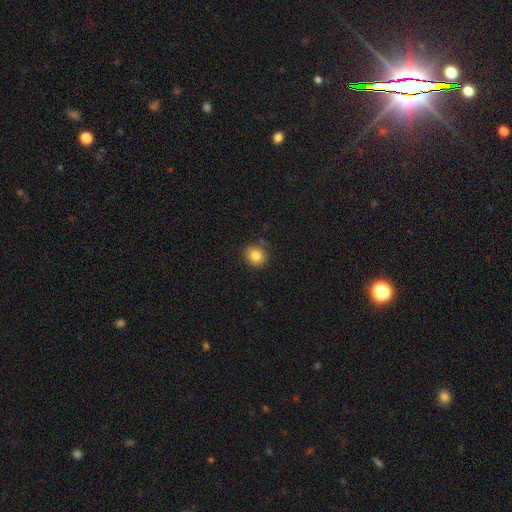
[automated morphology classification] Smooth or featured? Predicted: smooth (p=0.84). How rounded? Predicted: round (p=0.85). Merging? Predicted: none (p=0.83).